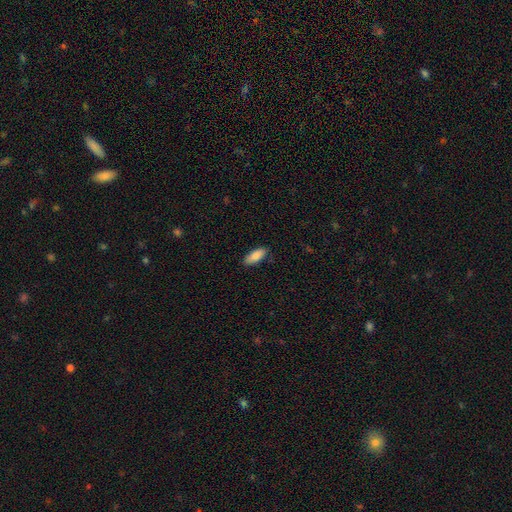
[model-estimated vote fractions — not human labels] This appears to be a smooth galaxy with no disk features (88%) that is in between round and cigar-shaped (82%). Merging: none (84%).